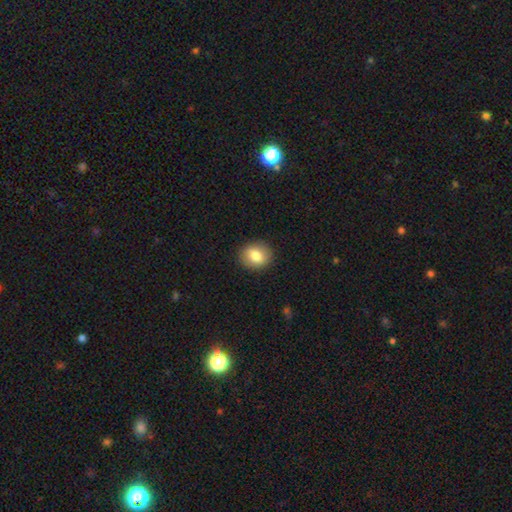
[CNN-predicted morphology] Smooth or featured: smooth — 82% (featured or disk — 10%)
How rounded: round — 64% (in between — 35%)
Merging: none — 89% (minor disturbance — 8%)